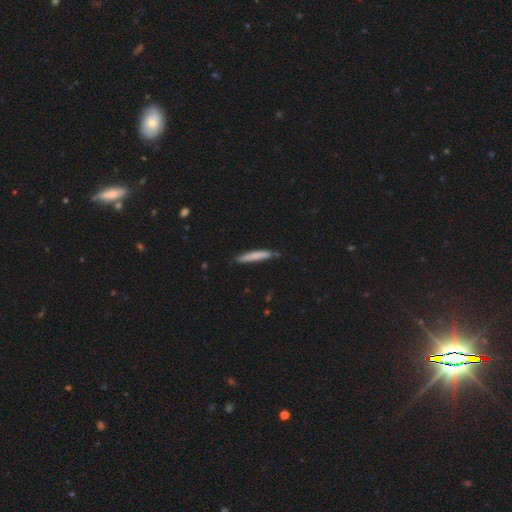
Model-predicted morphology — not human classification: smooth 73%, featured or disk 22%, star or artifact 6%. Down the decision tree: how rounded — cigar-shaped (94%); merging — none (82%).